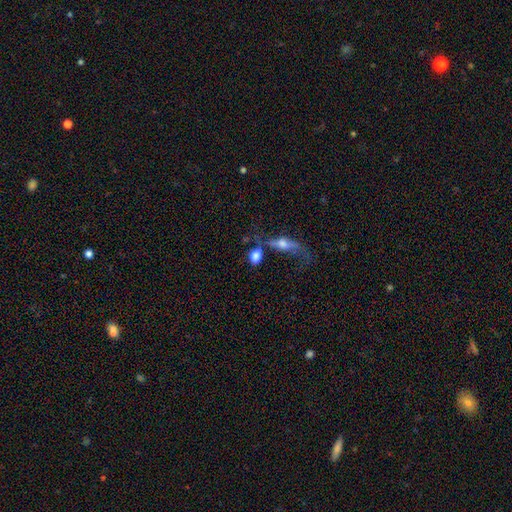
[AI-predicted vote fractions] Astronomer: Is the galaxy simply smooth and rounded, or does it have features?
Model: smooth — 76%.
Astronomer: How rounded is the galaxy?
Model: in between — 74%.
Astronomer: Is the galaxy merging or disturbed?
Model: none — 41% (runner-up: merger, 31%).